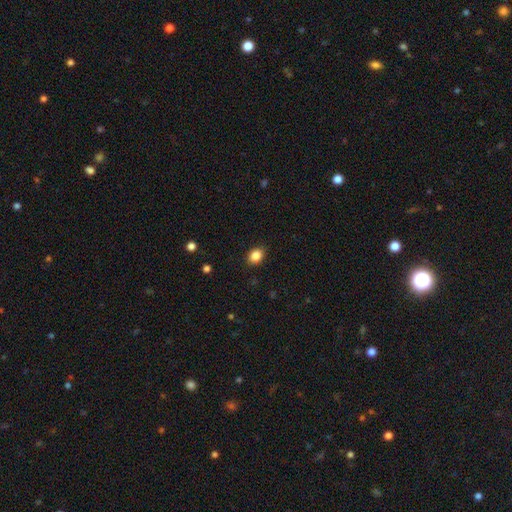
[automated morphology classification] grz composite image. It shows a smooth galaxy with no disk features (87%) that is in between round and cigar-shaped (60%). Merging: none (89%).